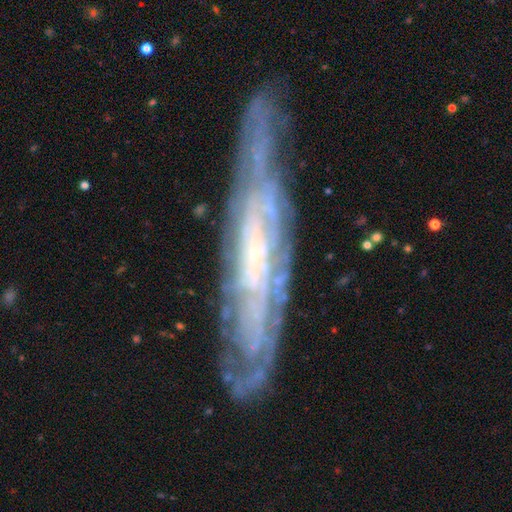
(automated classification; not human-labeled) This appears to be a featured or disk galaxy (82%) with no bar (58%), spiral arms (90%) and a small central bulge (69%). Merging: none (71%).